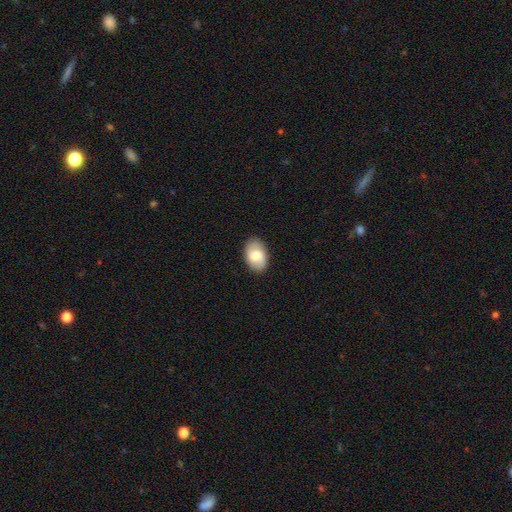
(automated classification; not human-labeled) The model was most divided on "smooth or featured": smooth: 64%, featured or disk: 29%, star or artifact: 7%. More confident: how rounded — in between (90%); merging — none (87%).